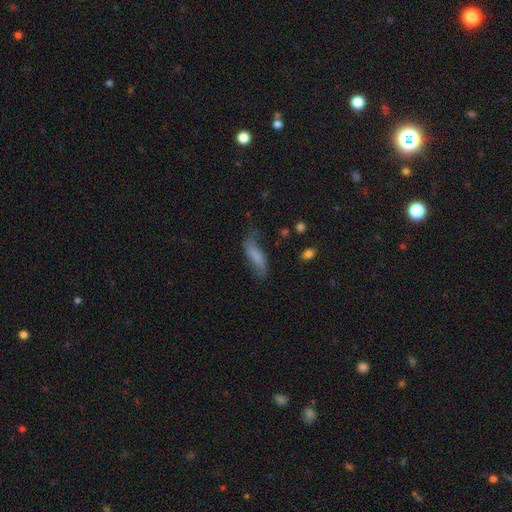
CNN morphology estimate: This is likely a smooth galaxy (69%). How rounded: possibly in between (51%). Merging: possibly none (54%).